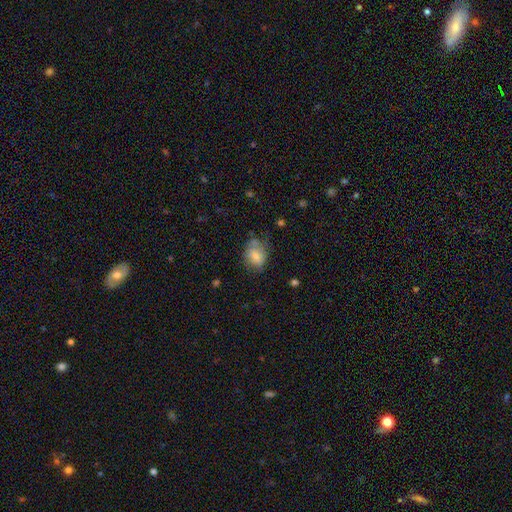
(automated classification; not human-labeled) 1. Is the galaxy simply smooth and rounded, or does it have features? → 72% smooth, 19% featured or disk, 9% star or artifact.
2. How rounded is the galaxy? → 59% in between, 40% round, 1% cigar-shaped.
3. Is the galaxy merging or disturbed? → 50% none, 31% minor disturbance, 15% major disturbance, 5% merger.